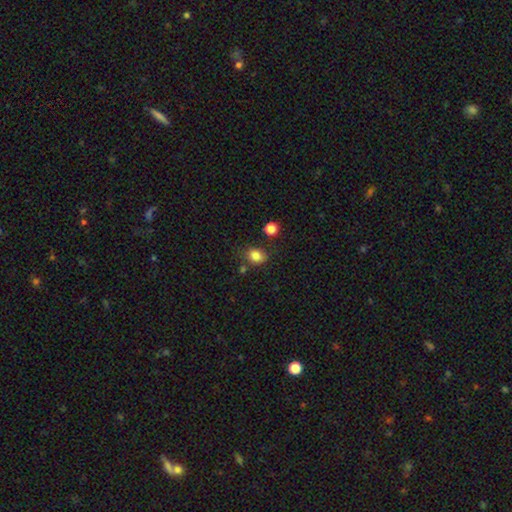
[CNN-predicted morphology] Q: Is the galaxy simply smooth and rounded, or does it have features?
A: smooth — 83%.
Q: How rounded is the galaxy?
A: in between — 53%.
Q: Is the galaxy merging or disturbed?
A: none — 71%.